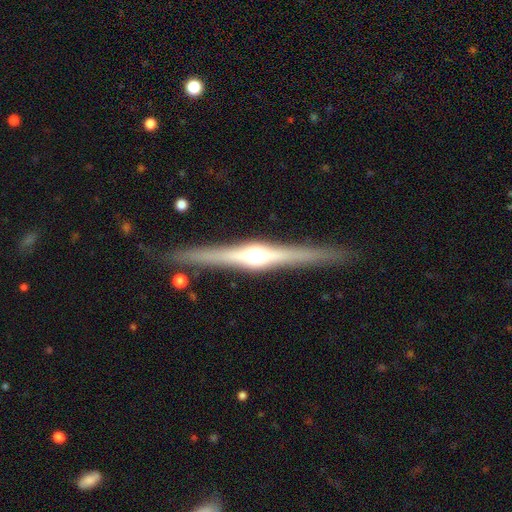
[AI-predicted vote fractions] smooth-or-featured: featured or disk: 79% | smooth: 15% | star or artifact: 6%
  disk-edge-on: yes: 98% | no: 2%
    edge-on-bulge: rounded: 94% | boxy: 4% | none: 2%
  merging: none: 88% | minor disturbance: 9% | major disturbance: 2% | merger: 2%